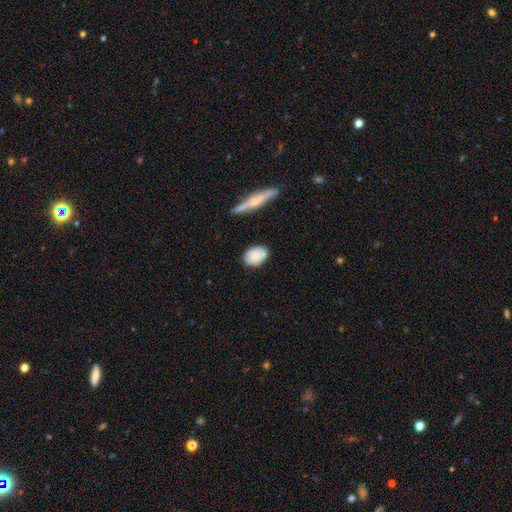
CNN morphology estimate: Q: Smooth or featured?
A: smooth (74%); runner-up: featured or disk (19%)
Q: How rounded?
A: in between (79%); runner-up: round (19%)
Q: Merging?
A: none (80%); runner-up: minor disturbance (15%)